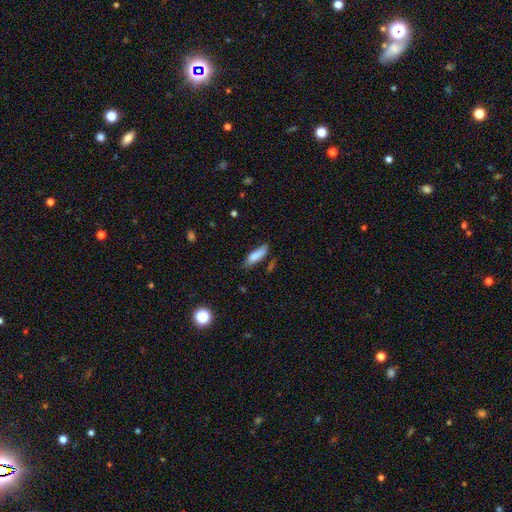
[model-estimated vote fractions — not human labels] smooth_or_featured: smooth (p=0.82) [alt: featured or disk p=0.11]
how_rounded: cigar-shaped (p=0.55) [alt: in between p=0.43]
merging: none (p=0.68) [alt: minor disturbance p=0.23]